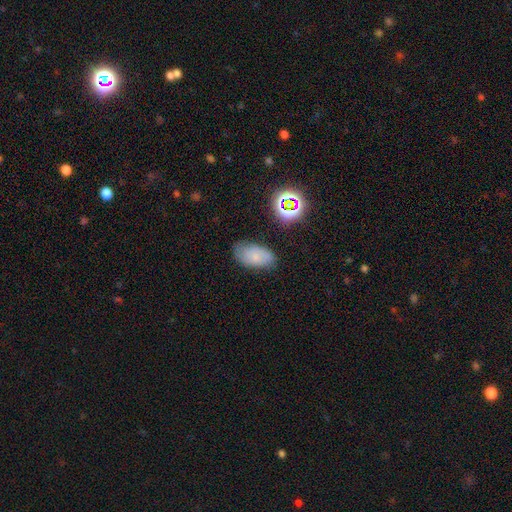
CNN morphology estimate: Smooth or featured? Predicted: smooth (p=0.63). How rounded? Predicted: in between (p=0.92). Merging? Predicted: none (p=0.67).